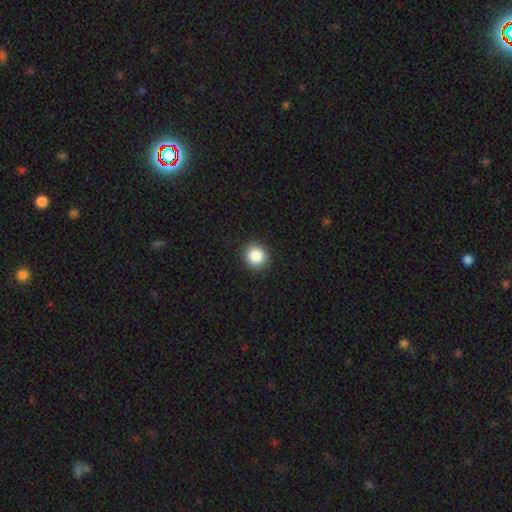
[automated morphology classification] A smooth galaxy with no disk features (87%) that is round (90%).

Vote fractions:
- Smooth or featured? smooth: 87% / star or artifact: 9% / featured or disk: 4%
- How rounded? round: 90% / in between: 9% / cigar-shaped: 1%
- Merging? none: 91% / minor disturbance: 6% / major disturbance: 2% / merger: 1%